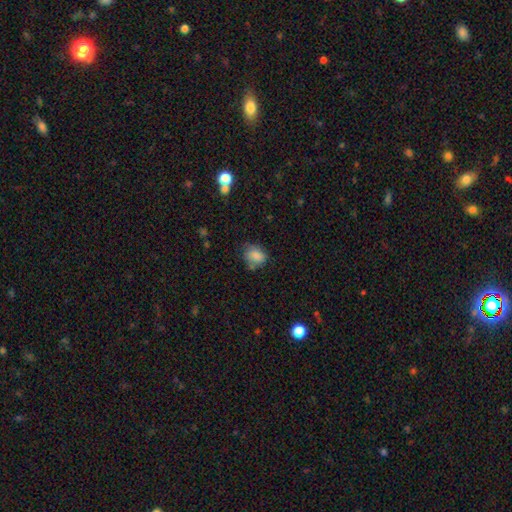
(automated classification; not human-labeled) The model was most divided on "how rounded": in between: 57%, round: 42%, cigar-shaped: 1%. More confident: smooth or featured — smooth (84%); merging — none (63%).